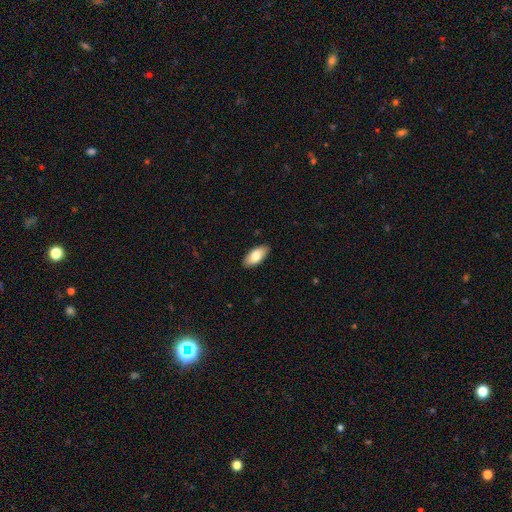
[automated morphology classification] A smooth galaxy with no disk features (80%) that is in between round and cigar-shaped (92%). Merging: none (89%).